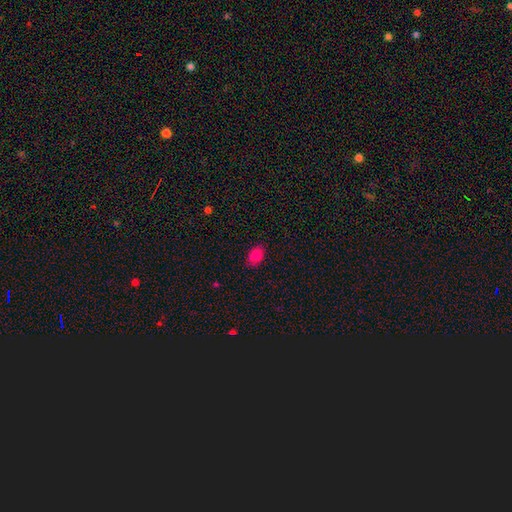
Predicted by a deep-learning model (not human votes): This is clearly a smooth galaxy (83%). How rounded: clearly in between (83%). Merging: clearly none (86%).